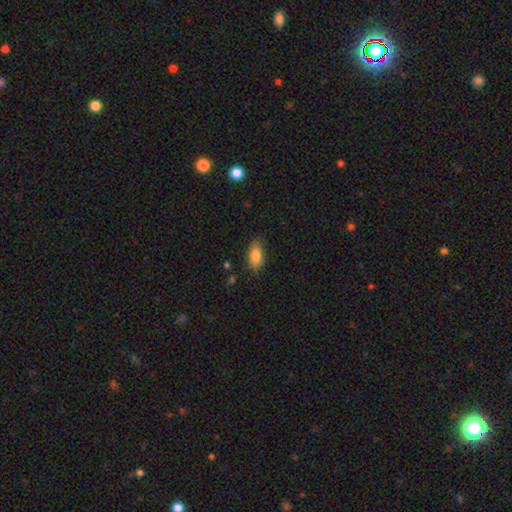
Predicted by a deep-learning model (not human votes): smooth_or_featured: smooth (p=0.82) [alt: featured or disk p=0.11]
how_rounded: in between (p=0.89) [alt: cigar-shaped p=0.05]
merging: none (p=0.81) [alt: minor disturbance p=0.15]